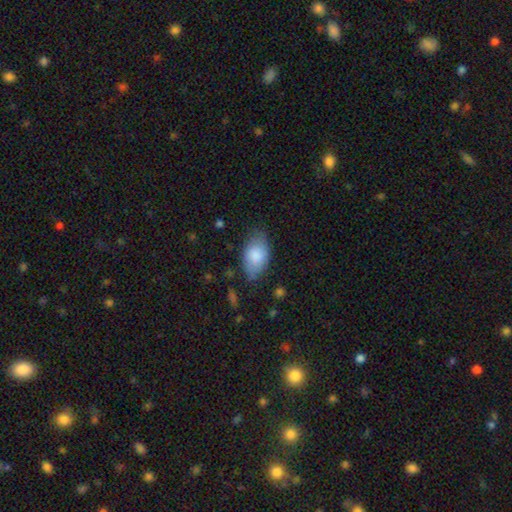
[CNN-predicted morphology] smooth 83%, featured or disk 11%, star or artifact 6%. Down the decision tree: how rounded — in between (93%); merging — none (67%).